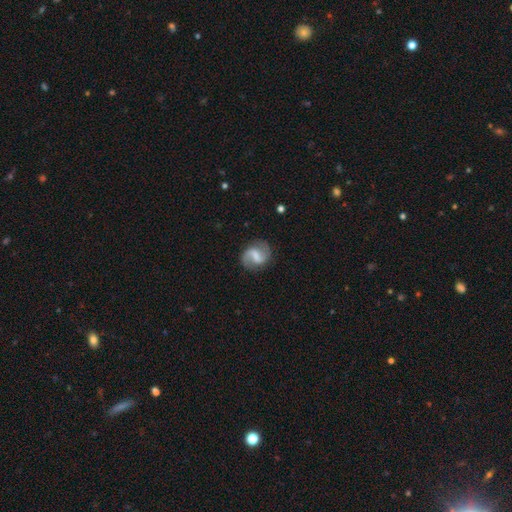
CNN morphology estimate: This appears to be a featured or disk galaxy (77%) with a weak bar (50%), 2 (90%) loose (50%) spiral arms (93%) and no central bulge (35%). Merging: none (81%).